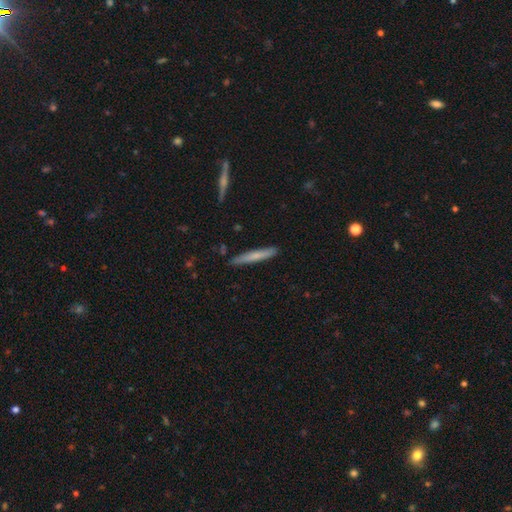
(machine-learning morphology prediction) type=smooth (64%); roundness=cigar-shaped (95%); merging=none (88%).